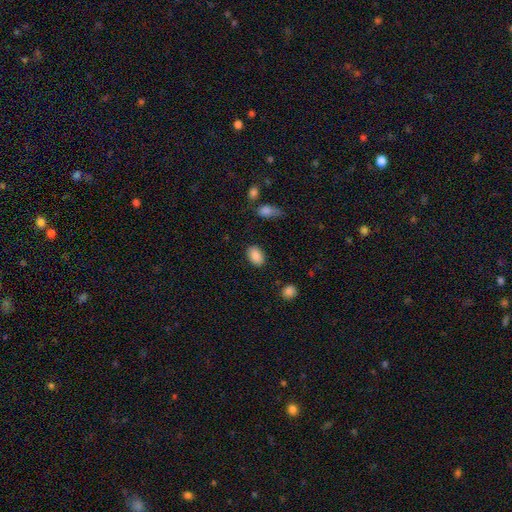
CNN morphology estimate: This appears to be a smooth galaxy with no disk features (88%) that is in between round and cigar-shaped (88%). Merging: none (85%).